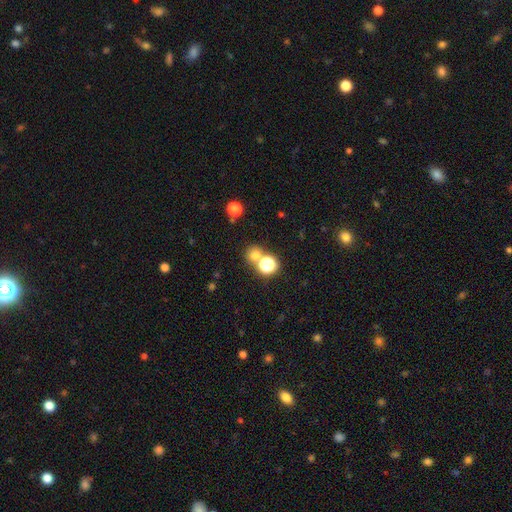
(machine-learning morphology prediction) This is likely a smooth galaxy (67%). How rounded: clearly round (87%). Merging: likely none (64%).